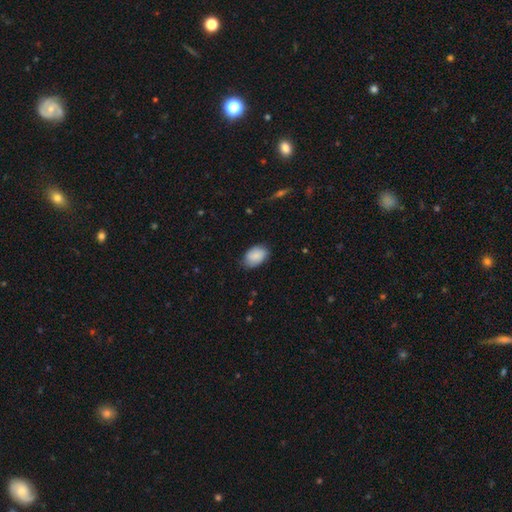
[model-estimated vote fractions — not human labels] Morphology: type=smooth (83%); roundness=in between (86%); merging=none (77%).